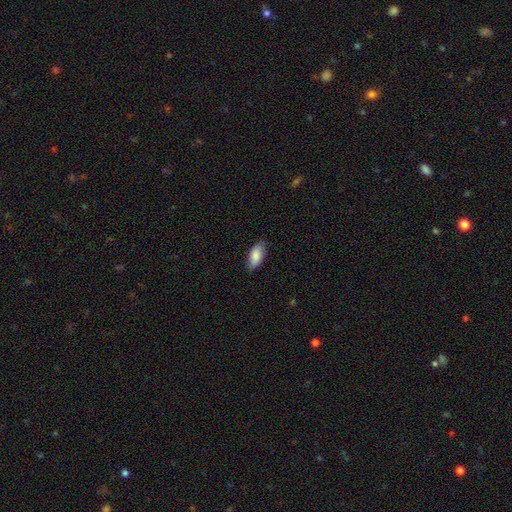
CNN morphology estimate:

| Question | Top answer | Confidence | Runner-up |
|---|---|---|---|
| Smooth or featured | smooth | 85% | featured or disk (9%) |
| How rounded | in between | 88% | cigar-shaped (9%) |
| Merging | none | 82% | minor disturbance (14%) |